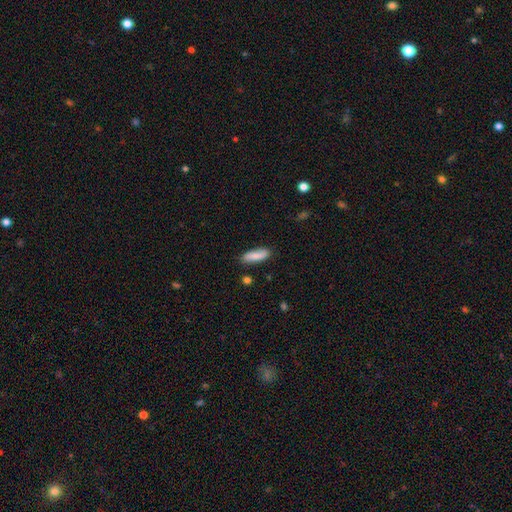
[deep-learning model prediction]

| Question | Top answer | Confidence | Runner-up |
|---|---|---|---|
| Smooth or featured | smooth | 80% | featured or disk (14%) |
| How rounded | in between | 51% | cigar-shaped (46%) |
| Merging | none | 83% | minor disturbance (13%) |